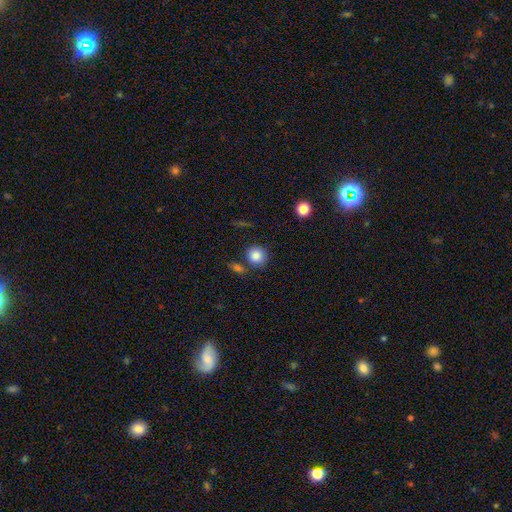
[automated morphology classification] smooth_or_featured: smooth (p=0.85) [alt: star or artifact p=0.09]
how_rounded: round (p=0.88) [alt: in between p=0.11]
merging: none (p=0.77) [alt: minor disturbance p=0.10]